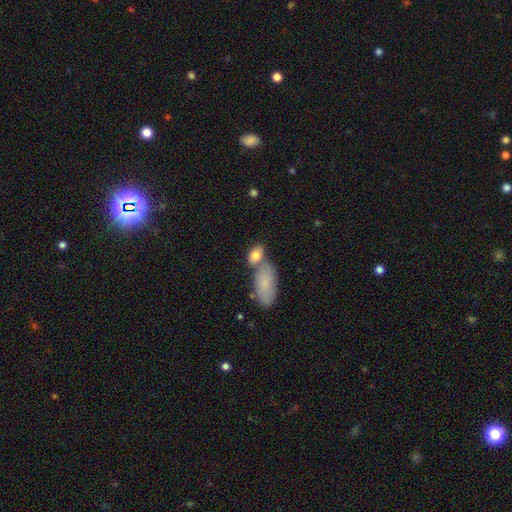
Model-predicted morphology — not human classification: Smooth or featured?
  - smooth: 81% *
  - featured or disk: 12%
  - star or artifact: 7%
How rounded?
  - in between: 87% *
  - round: 8%
  - cigar-shaped: 5%
Merging?
  - none: 45% *
  - merger: 37%
  - minor disturbance: 13%
  - major disturbance: 5%